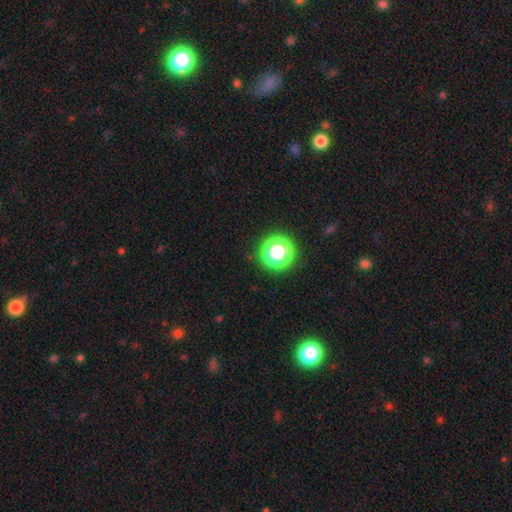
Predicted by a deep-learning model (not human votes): Overall: star or artifact (68%).